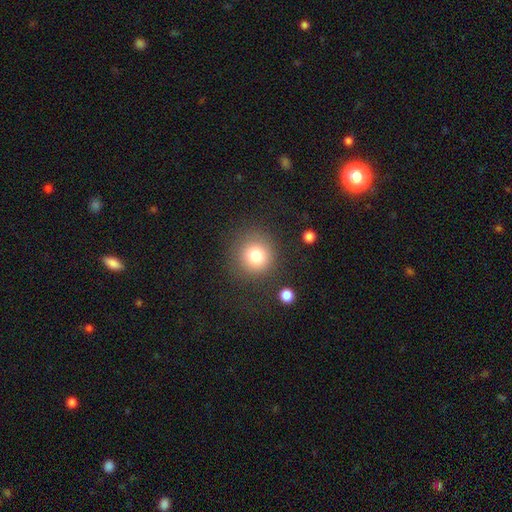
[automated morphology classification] Smooth or featured?
  - smooth: 79% *
  - star or artifact: 12%
  - featured or disk: 9%
How rounded?
  - round: 92% *
  - in between: 7%
  - cigar-shaped: 1%
Merging?
  - none: 83% *
  - minor disturbance: 9%
  - major disturbance: 5%
  - merger: 3%